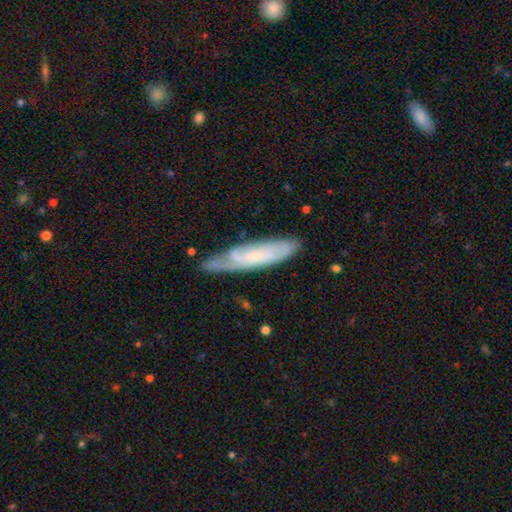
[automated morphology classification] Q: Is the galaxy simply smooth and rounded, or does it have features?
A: featured or disk — 52%.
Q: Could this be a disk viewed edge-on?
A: no — 60%.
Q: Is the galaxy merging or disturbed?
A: none — 64%.